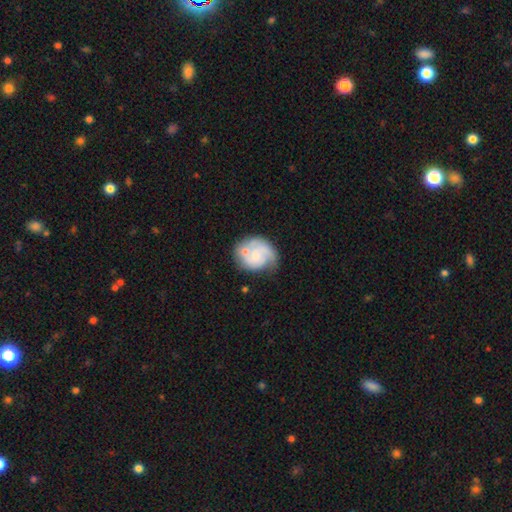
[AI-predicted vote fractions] smooth_or_featured: featured or disk (p=0.66) [alt: smooth p=0.29]
disk_edge_on: no (p=0.98) [alt: yes p=0.02]
bar: no (p=0.71) [alt: weak p=0.26]
has_spiral_arms: yes (p=0.83) [alt: no p=0.17]
spiral_winding: tight (p=0.45) [alt: medium p=0.37]
spiral_arm_count: 2 (p=0.41) [alt: 1 p=0.27]
bulge_size: small (p=0.55) [alt: moderate p=0.31]
merging: none (p=0.48) [alt: minor disturbance p=0.23]